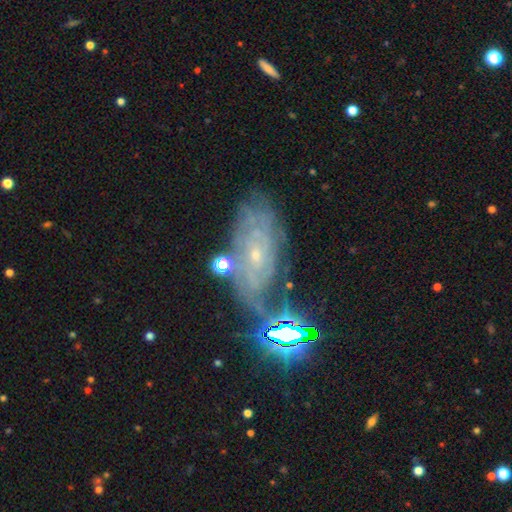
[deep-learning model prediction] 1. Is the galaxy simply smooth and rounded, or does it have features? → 70% featured or disk, 17% star or artifact, 13% smooth.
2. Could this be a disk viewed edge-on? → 92% no, 8% yes.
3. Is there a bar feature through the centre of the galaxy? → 72% no, 21% weak, 7% strong.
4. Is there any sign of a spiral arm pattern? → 88% yes, 12% no.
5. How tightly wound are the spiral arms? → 74% tight, 19% medium, 6% loose.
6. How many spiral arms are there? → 56% can't tell, 13% 2, 9% 3, 9% 4, 8% more than 4, 6% 1.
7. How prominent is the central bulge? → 85% small, 10% moderate, 2% none, 1% large, 1% dominant.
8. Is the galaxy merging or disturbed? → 70% none, 18% minor disturbance, 7% major disturbance, 5% merger.